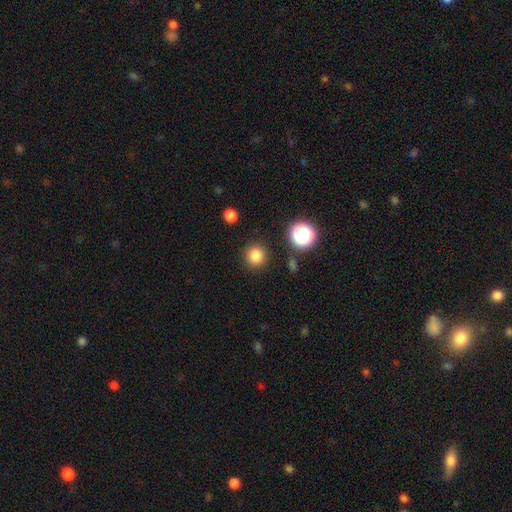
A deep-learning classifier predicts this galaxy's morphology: smooth 81%, star or artifact 14%, featured or disk 5%. Down the decision tree: how rounded — round (94%); merging — none (89%).